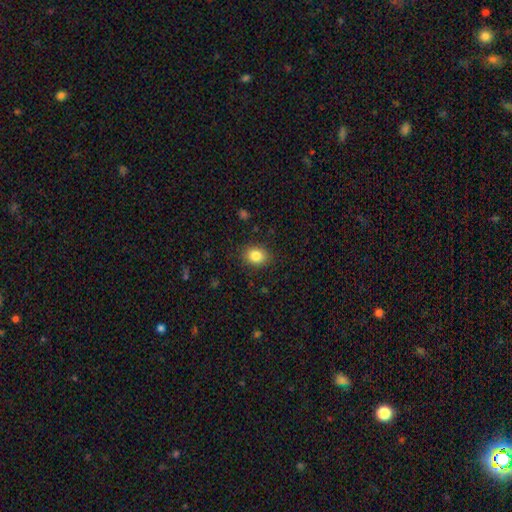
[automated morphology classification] Q: Smooth or featured?
A: smooth (84%); runner-up: star or artifact (10%)
Q: How rounded?
A: round (54%); runner-up: in between (45%)
Q: Merging?
A: none (87%); runner-up: minor disturbance (9%)